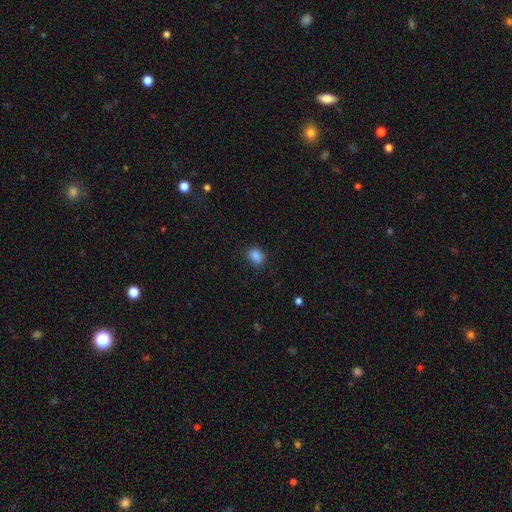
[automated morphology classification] Smooth or featured: smooth — 85% (star or artifact — 11%)
How rounded: round — 52% (in between — 47%)
Merging: none — 81% (minor disturbance — 14%)